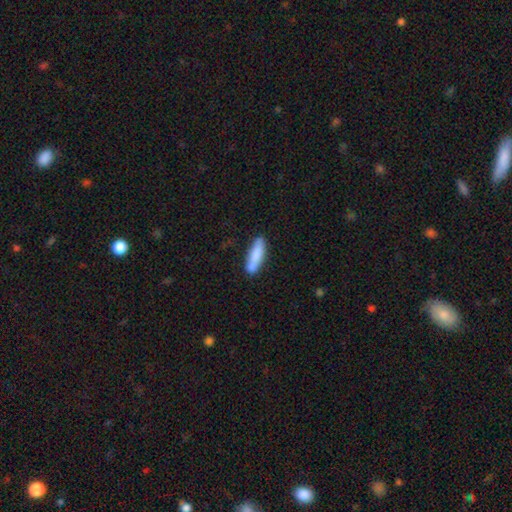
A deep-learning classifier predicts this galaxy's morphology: Smooth or featured: smooth — 81% (featured or disk — 13%)
How rounded: cigar-shaped — 66% (in between — 33%)
Merging: none — 73% (minor disturbance — 16%)